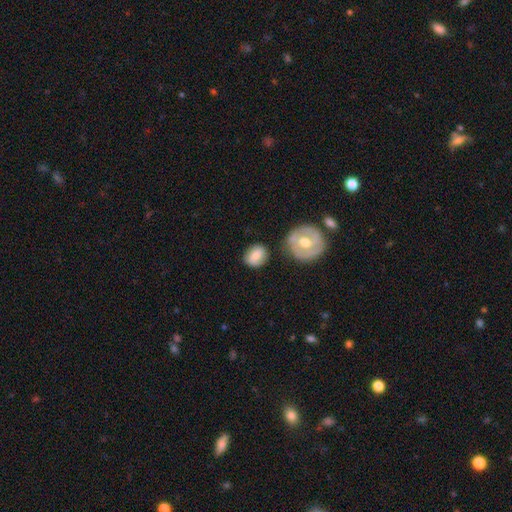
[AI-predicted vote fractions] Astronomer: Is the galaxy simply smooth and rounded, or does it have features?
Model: smooth — 77%.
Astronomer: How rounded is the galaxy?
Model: round — 55% (runner-up: in between, 44%).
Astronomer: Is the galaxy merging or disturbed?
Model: none — 72%.